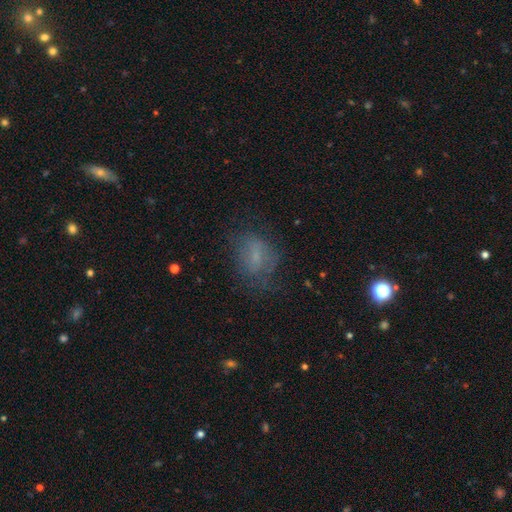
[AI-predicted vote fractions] Overall: smooth (56%; featured or disk 27%). How rounded: in between (59%; round 39%). Merging: none (57%; minor disturbance 23%).